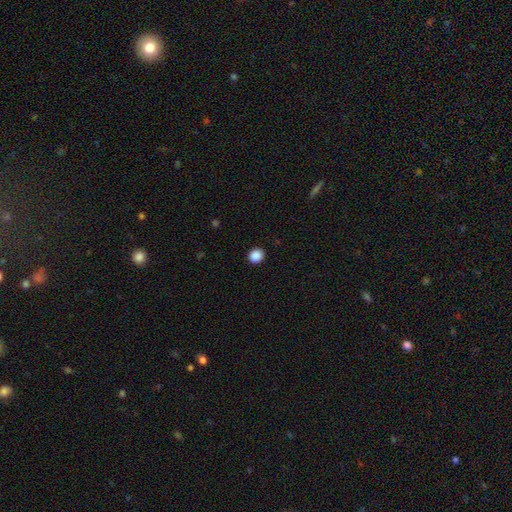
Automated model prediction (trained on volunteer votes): Morphology: type=smooth (88%); roundness=round (85%); merging=none (92%).